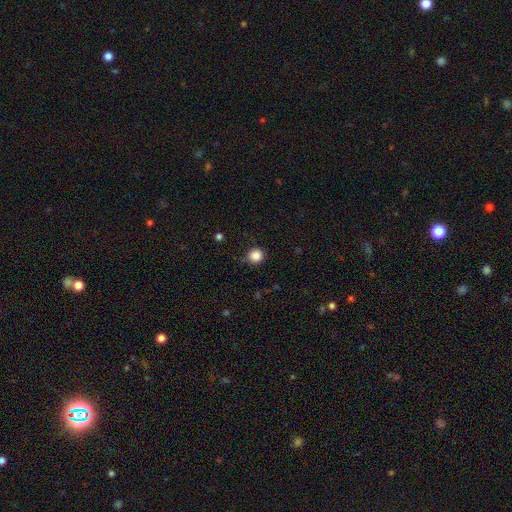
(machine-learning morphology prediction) A smooth galaxy with no disk features (86%) that is round (93%).

Vote fractions:
- Smooth or featured? smooth: 86% / star or artifact: 11% / featured or disk: 4%
- How rounded? round: 93% / in between: 6% / cigar-shaped: 1%
- Merging? none: 85% / minor disturbance: 11% / major disturbance: 3% / merger: 1%